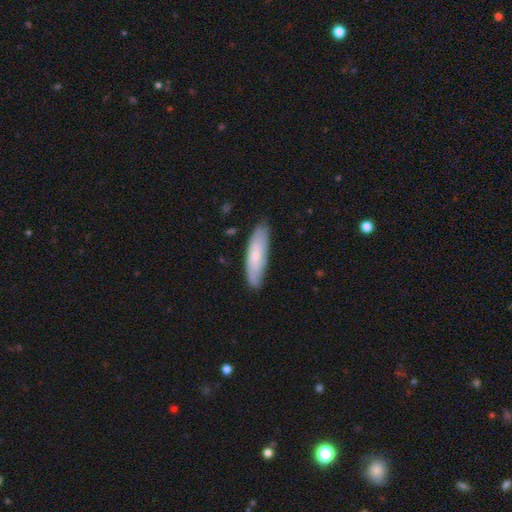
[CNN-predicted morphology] The model was most divided on "smooth or featured": smooth: 58%, featured or disk: 36%, star or artifact: 6%. More confident: merging — none (82%); how rounded — cigar-shaped (61%).